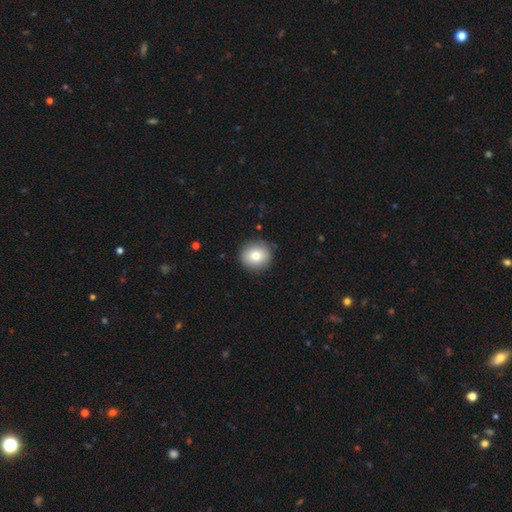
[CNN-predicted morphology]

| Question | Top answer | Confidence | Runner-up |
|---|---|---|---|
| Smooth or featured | smooth | 82% | featured or disk (9%) |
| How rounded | round | 89% | in between (10%) |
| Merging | none | 89% | minor disturbance (8%) |